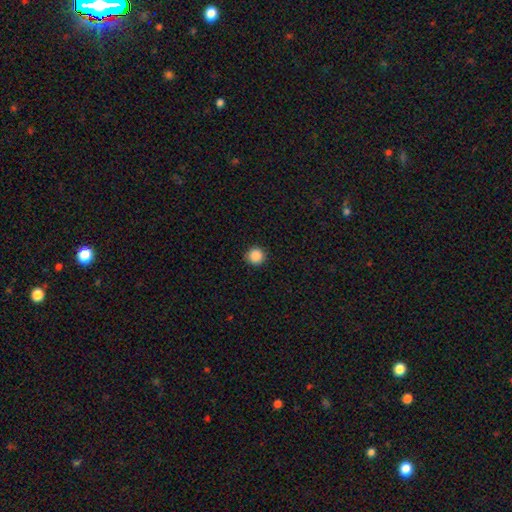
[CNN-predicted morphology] This appears to be a smooth galaxy with no disk features (88%) that is round (96%). Merging: none (92%).